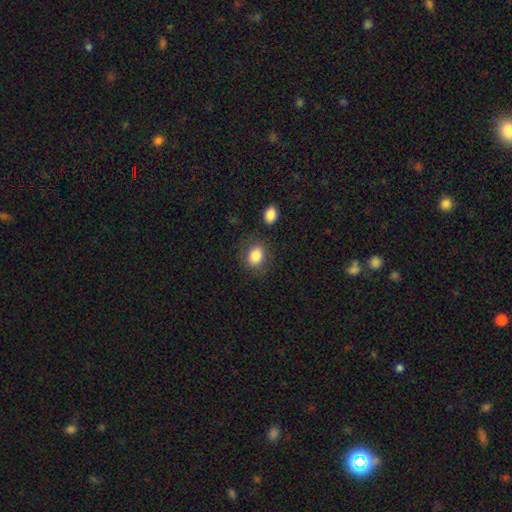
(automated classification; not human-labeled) smooth-or-featured: smooth: 85% | star or artifact: 8% | featured or disk: 7%
  how-rounded: round: 53% | in between: 46% | cigar-shaped: 1%
  merging: none: 77% | minor disturbance: 13% | major disturbance: 5% | merger: 4%